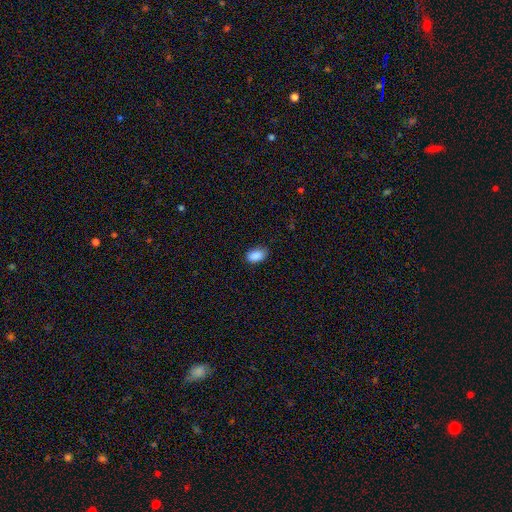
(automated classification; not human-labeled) This appears to be a smooth galaxy with no disk features (89%) that is in between round and cigar-shaped (92%). Merging: none (83%).